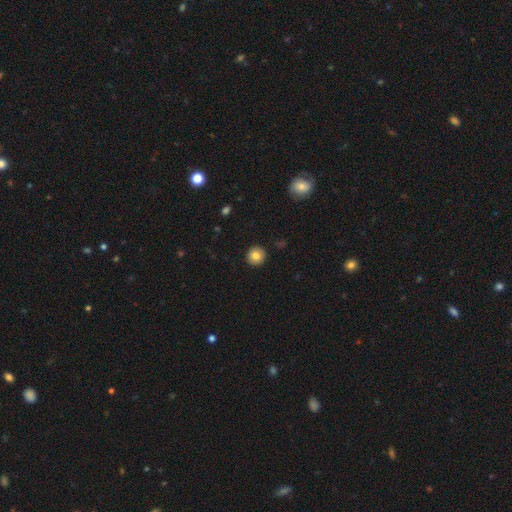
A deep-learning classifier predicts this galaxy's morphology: A smooth galaxy with no disk features (84%) that is round (94%). Merging: none (92%).